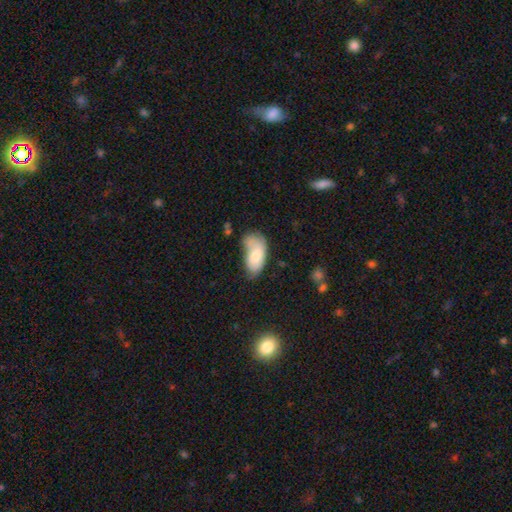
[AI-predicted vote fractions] Q: Smooth or featured?
A: smooth (74%); runner-up: featured or disk (20%)
Q: How rounded?
A: in between (93%); runner-up: round (4%)
Q: Merging?
A: none (36%); runner-up: minor disturbance (31%)